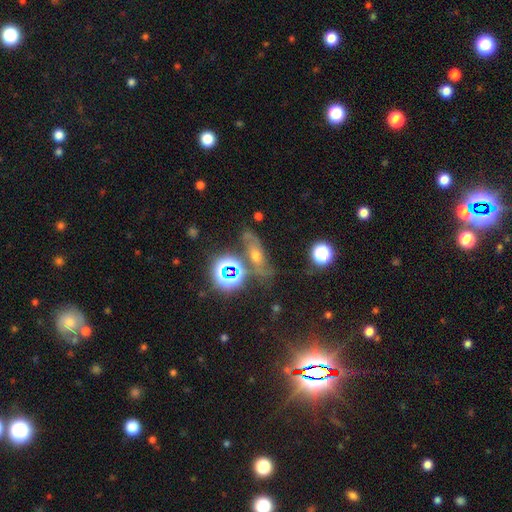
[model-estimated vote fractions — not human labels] A featured or disk galaxy (37%). Merging: none (57%).